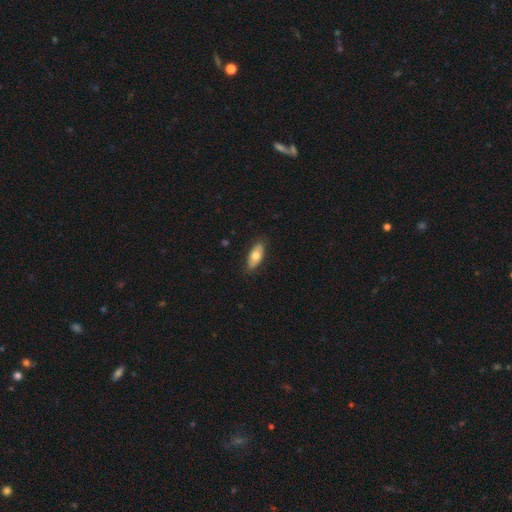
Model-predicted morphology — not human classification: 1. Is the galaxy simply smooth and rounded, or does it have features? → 69% smooth, 25% featured or disk, 6% star or artifact.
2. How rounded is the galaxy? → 85% in between, 12% cigar-shaped, 3% round.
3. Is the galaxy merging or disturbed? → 85% none, 12% minor disturbance, 2% major disturbance, 1% merger.